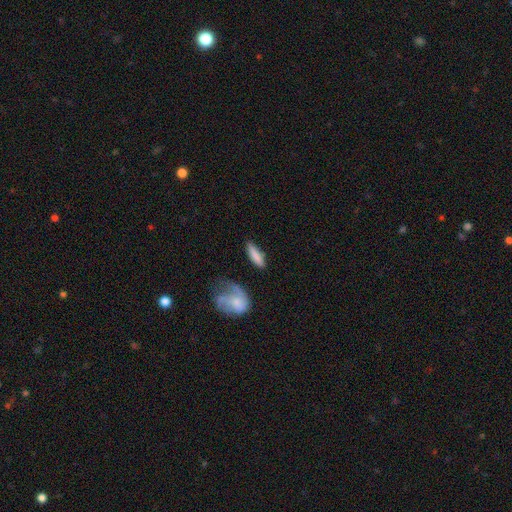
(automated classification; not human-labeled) A smooth galaxy with no disk features (79%) that is cigar-shaped (65%).

Vote fractions:
- Smooth or featured? smooth: 79% / featured or disk: 16% / star or artifact: 6%
- How rounded? cigar-shaped: 65% / in between: 33% / round: 2%
- Merging? none: 71% / minor disturbance: 17% / major disturbance: 6% / merger: 6%